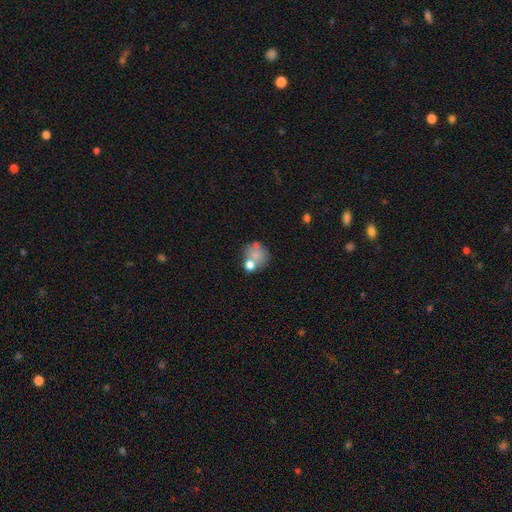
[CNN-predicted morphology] smooth 69%, featured or disk 19%, star or artifact 12%. Down the decision tree: how rounded — round (73%); merging — none (46%).